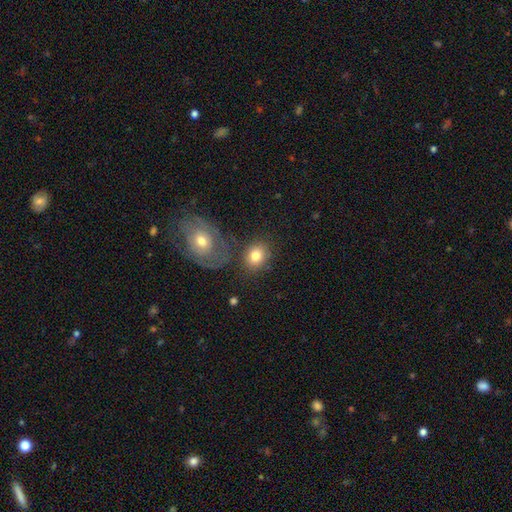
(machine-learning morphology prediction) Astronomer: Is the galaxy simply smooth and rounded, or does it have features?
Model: smooth — 79%.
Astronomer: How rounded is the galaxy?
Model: round — 53% (runner-up: in between, 46%).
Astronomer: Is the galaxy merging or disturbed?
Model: none — 69%.